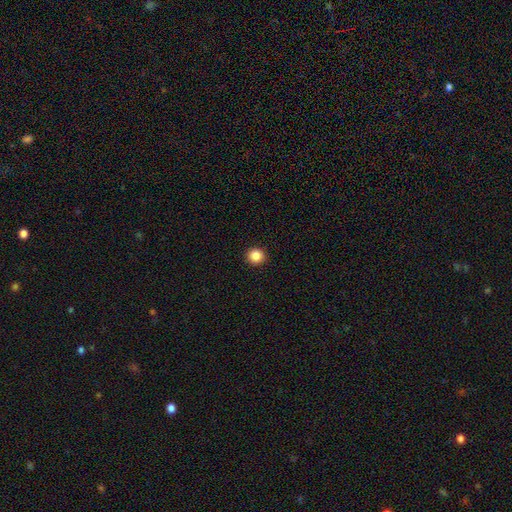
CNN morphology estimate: Q: Smooth or featured?
A: smooth (87%); runner-up: star or artifact (10%)
Q: How rounded?
A: round (92%); runner-up: in between (7%)
Q: Merging?
A: none (93%); runner-up: minor disturbance (4%)